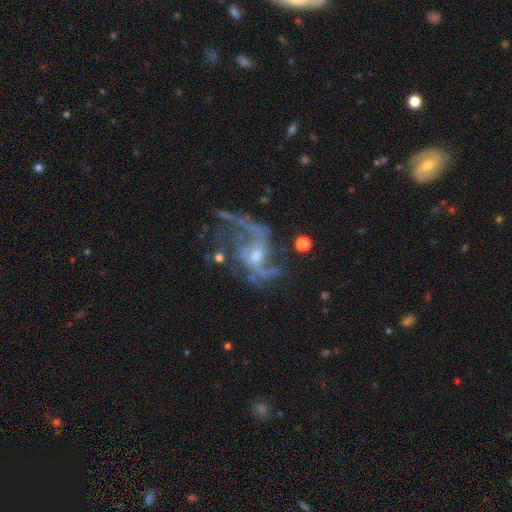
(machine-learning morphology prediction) This is clearly a featured or disk galaxy (84%). It is clearly not viewed edge-on (97%). Bar: possibly no (52%). Spiral arm pattern: clearly yes (86%). Spiral arm count: likely 2 (61%). Spiral winding: likely loose (71%). Central bulge: possibly small (53%). Merging: marginally none (39%).